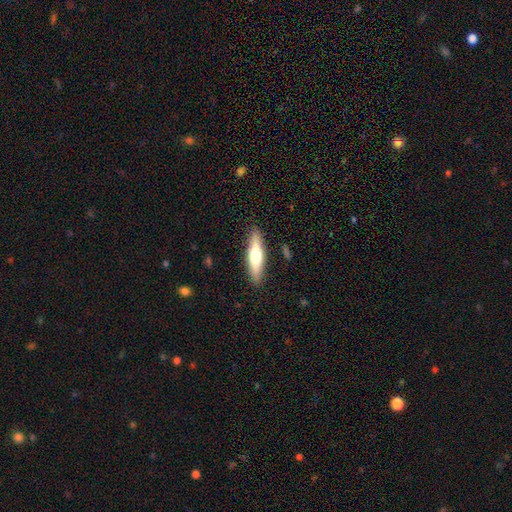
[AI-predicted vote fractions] Smooth or featured?
  - smooth: 56% *
  - featured or disk: 38%
  - star or artifact: 6%
How rounded?
  - cigar-shaped: 73% *
  - in between: 26%
  - round: 2%
Merging?
  - none: 89% *
  - minor disturbance: 8%
  - major disturbance: 2%
  - merger: 1%